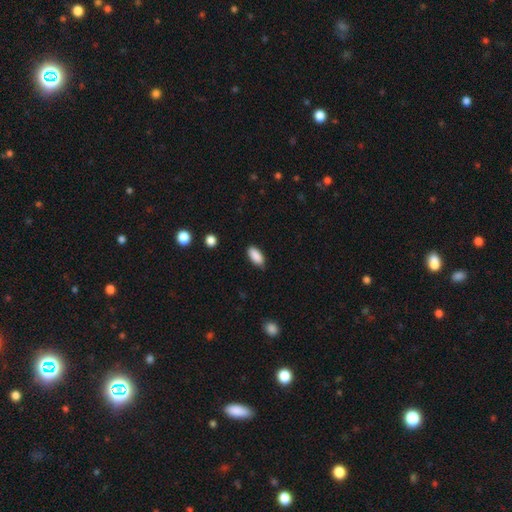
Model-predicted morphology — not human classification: Smooth or featured? smooth (89%)
How rounded? in between (88%)
Merging? none (79%)